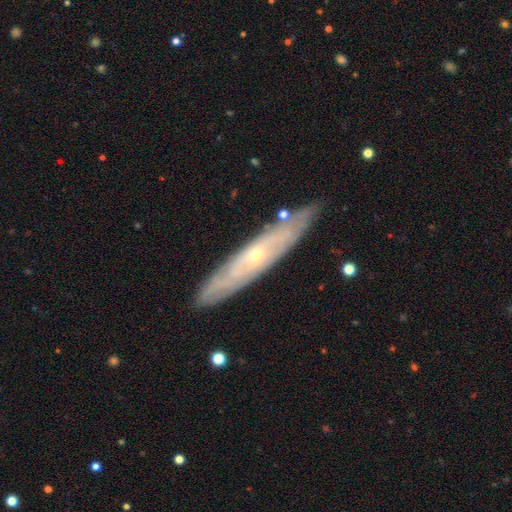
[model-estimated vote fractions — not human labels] Smooth or featured? Predicted: featured or disk (p=0.77). Edge-on disk? Predicted: no (p=0.52). Merging? Predicted: none (p=0.84).